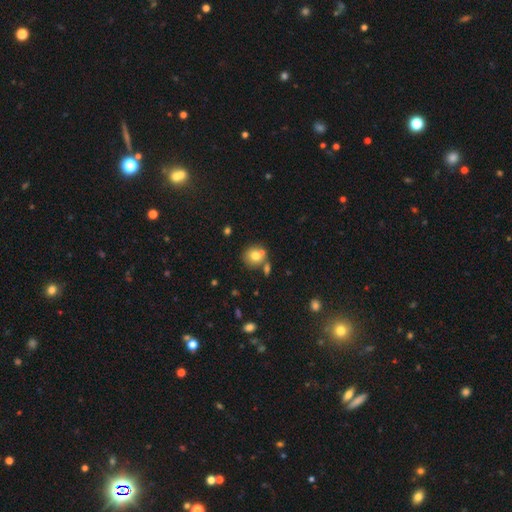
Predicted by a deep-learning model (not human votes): Morphology: type=smooth (74%); roundness=round (81%); merging=none (56%).